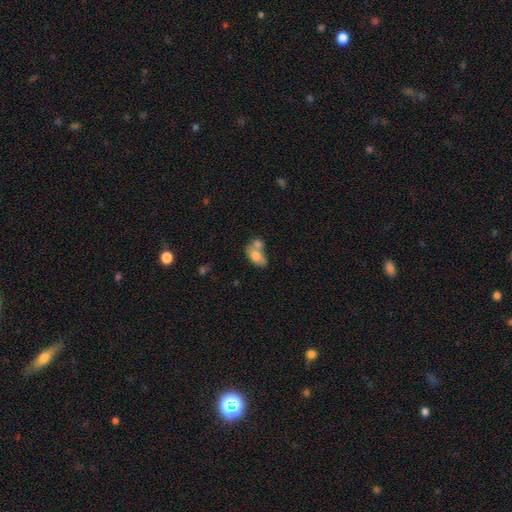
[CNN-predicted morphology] smooth-or-featured: smooth: 71% | featured or disk: 21% | star or artifact: 8%
  how-rounded: in between: 84% | round: 14% | cigar-shaped: 2%
  merging: merger: 60% | none: 22% | minor disturbance: 12% | major disturbance: 6%